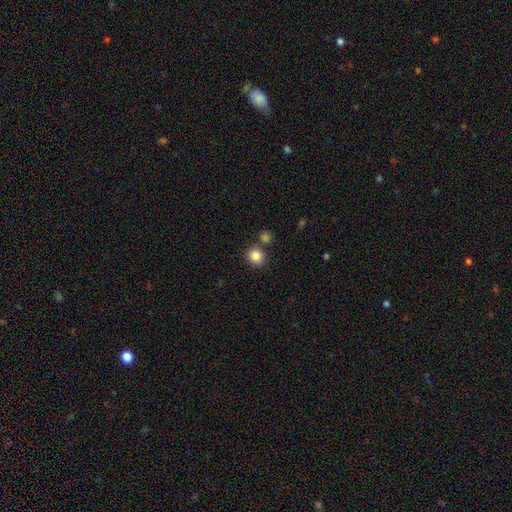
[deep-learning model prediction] Smooth or featured: smooth — 85% (star or artifact — 10%)
How rounded: round — 86% (in between — 13%)
Merging: none — 74% (merger — 15%)